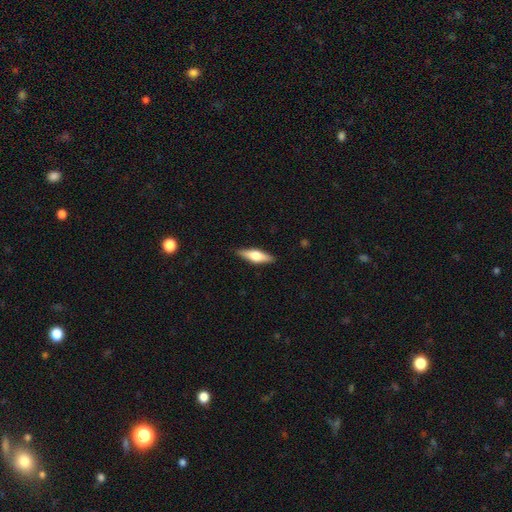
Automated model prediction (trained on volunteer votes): Smooth or featured?
  - smooth: 49% *
  - featured or disk: 45%
  - star or artifact: 6%
Merging?
  - none: 89% *
  - minor disturbance: 8%
  - major disturbance: 2%
  - merger: 1%